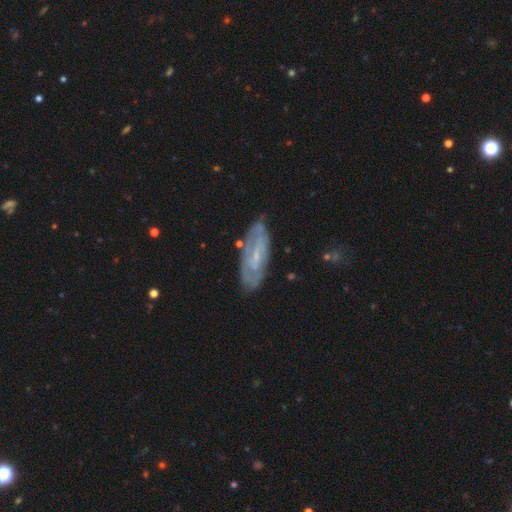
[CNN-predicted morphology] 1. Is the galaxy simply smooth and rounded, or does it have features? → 67% featured or disk, 25% smooth, 8% star or artifact.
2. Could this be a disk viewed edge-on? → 85% no, 15% yes.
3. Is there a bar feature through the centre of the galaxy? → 44% weak, 41% no, 15% strong.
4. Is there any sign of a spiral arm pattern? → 73% yes, 27% no.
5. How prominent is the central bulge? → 67% small, 18% moderate, 14% none, 1% large, 1% dominant.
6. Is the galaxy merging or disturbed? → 74% none, 18% minor disturbance, 5% major disturbance, 3% merger.